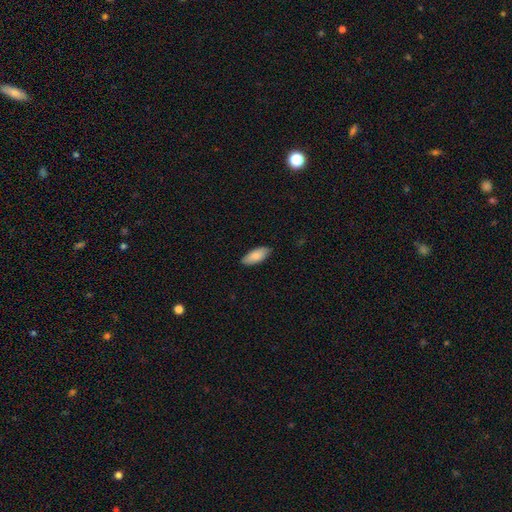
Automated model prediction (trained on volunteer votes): Smooth or featured: smooth — 86% (featured or disk — 9%)
How rounded: in between — 87% (cigar-shaped — 11%)
Merging: none — 85% (minor disturbance — 12%)